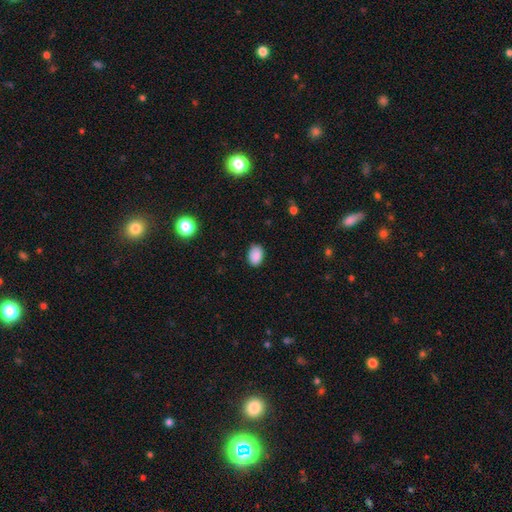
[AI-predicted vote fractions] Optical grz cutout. It shows a smooth galaxy with no disk features (89%) that is in between round and cigar-shaped (84%). Merging: none (83%).